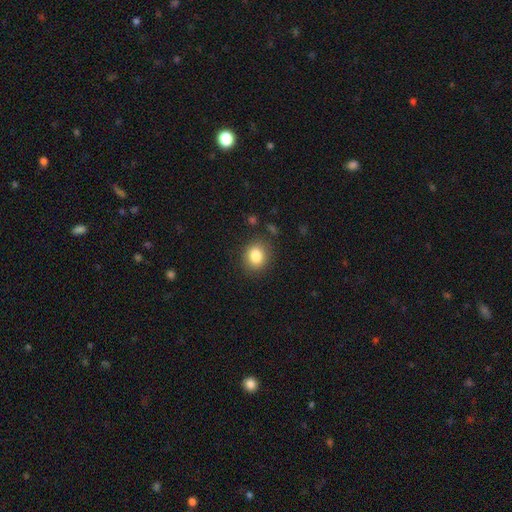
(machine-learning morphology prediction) Q: Smooth or featured?
A: smooth (84%); runner-up: star or artifact (10%)
Q: How rounded?
A: round (66%); runner-up: in between (33%)
Q: Merging?
A: none (85%); runner-up: minor disturbance (10%)